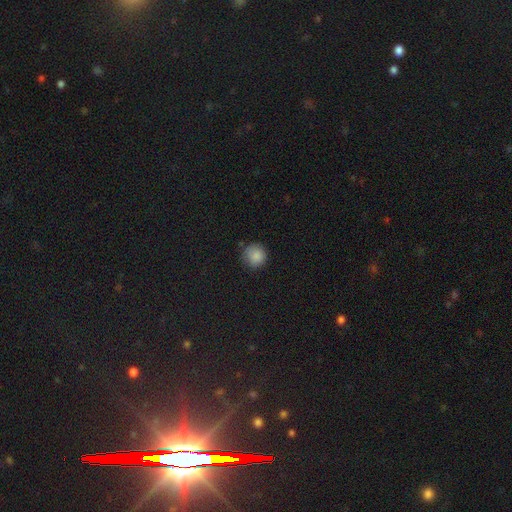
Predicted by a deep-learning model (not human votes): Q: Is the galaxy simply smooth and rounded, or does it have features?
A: smooth — 86%.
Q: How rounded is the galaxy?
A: round — 93%.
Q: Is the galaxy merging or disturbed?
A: none — 79%.